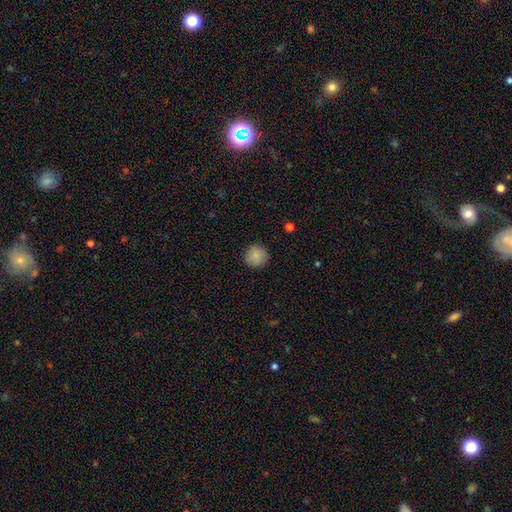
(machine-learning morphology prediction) smooth_or_featured: smooth (p=0.85) [alt: star or artifact p=0.09]
how_rounded: round (p=0.93) [alt: in between p=0.06]
merging: none (p=0.88) [alt: minor disturbance p=0.09]